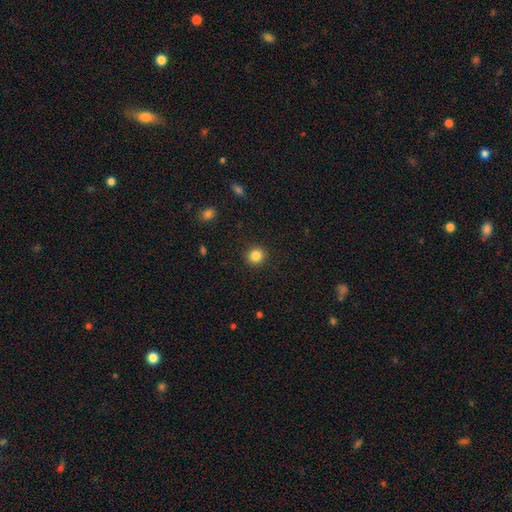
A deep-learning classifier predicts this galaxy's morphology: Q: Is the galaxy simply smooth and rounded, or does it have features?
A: smooth — 84%.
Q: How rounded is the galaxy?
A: round — 91%.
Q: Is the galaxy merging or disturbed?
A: none — 92%.